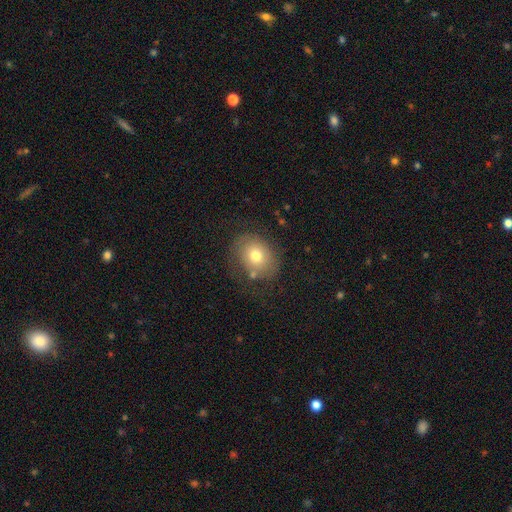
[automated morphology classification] Smooth or featured: smooth — 70% (featured or disk — 20%)
How rounded: round — 54% (in between — 45%)
Merging: none — 67% (minor disturbance — 19%)